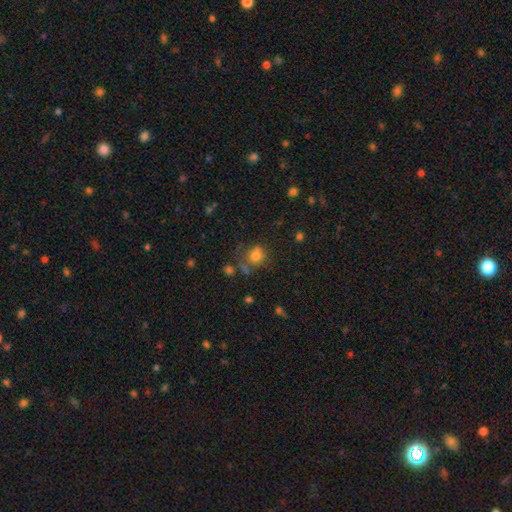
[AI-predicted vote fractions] Smooth or featured: smooth — 75% (star or artifact — 15%)
How rounded: round — 76% (in between — 23%)
Merging: none — 58% (minor disturbance — 20%)